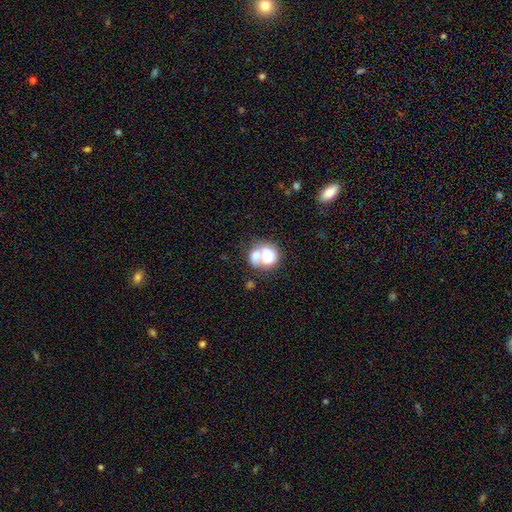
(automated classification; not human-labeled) Smooth or featured? smooth (66%)
How rounded? round (57%)
Merging? merger (68%)